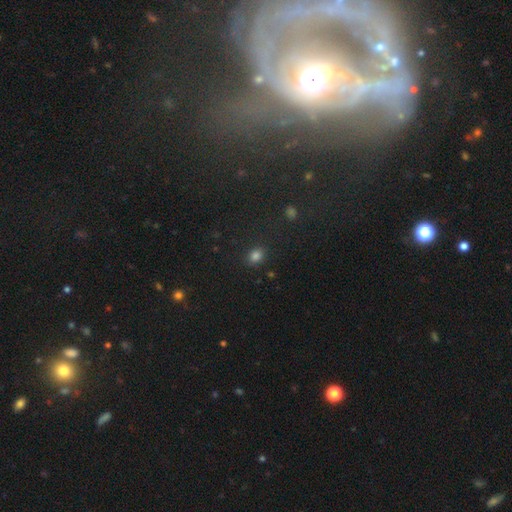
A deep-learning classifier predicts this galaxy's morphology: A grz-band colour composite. It shows a smooth galaxy with no disk features (81%) that is in between round and cigar-shaped (52%). Merging: none (85%).